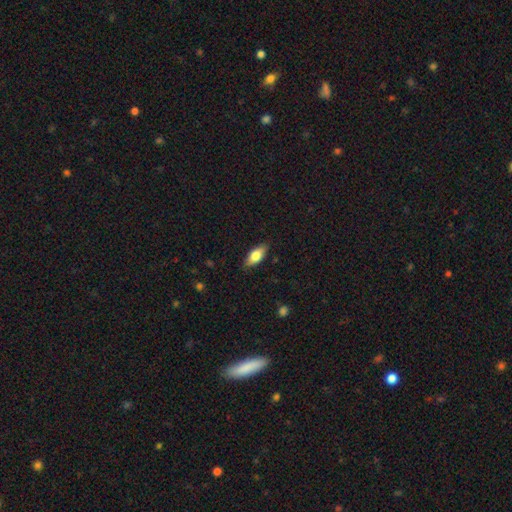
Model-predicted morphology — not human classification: Smooth or featured? smooth (75%)
How rounded? in between (83%)
Merging? none (85%)